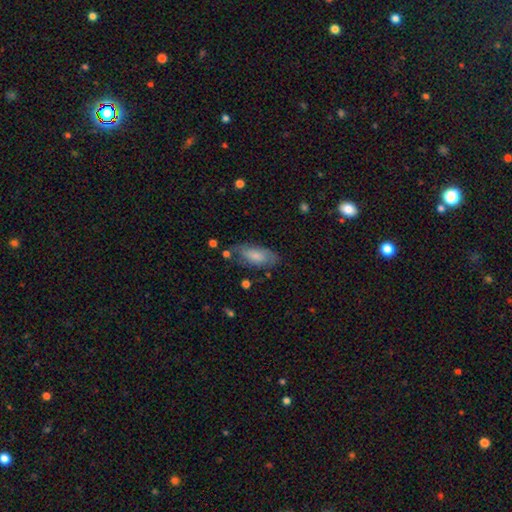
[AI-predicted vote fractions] smooth-or-featured: smooth: 72% | featured or disk: 22% | star or artifact: 7%
  how-rounded: in between: 85% | cigar-shaped: 13% | round: 2%
  merging: none: 64% | minor disturbance: 24% | major disturbance: 8% | merger: 4%